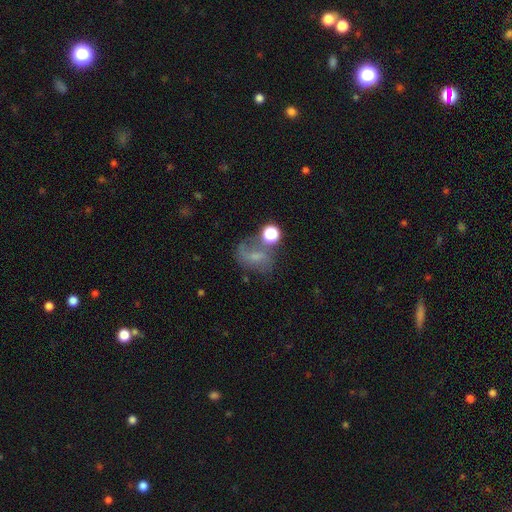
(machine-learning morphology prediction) type=featured or disk (45%); merging=none (43%).